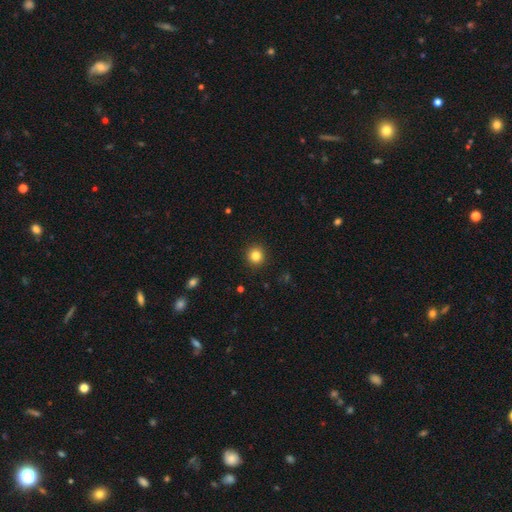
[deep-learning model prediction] Overall: smooth (83%). How rounded: round (95%). Merging: none (93%).